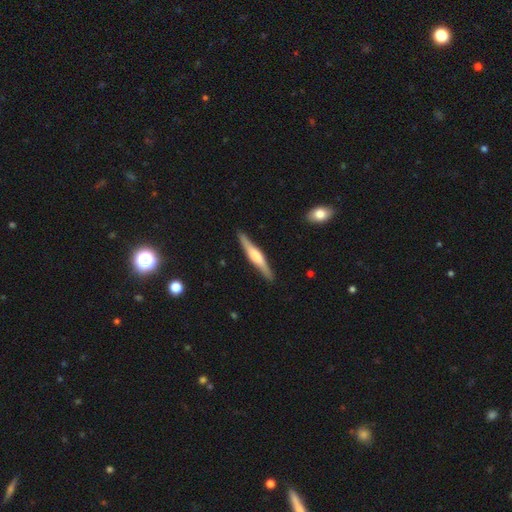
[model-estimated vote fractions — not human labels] Overall: featured or disk (60%; smooth 35%). Edge-on disk: yes (96%). Edge-on bulge: rounded (54%; boxy 34%). Merging: none (89%).